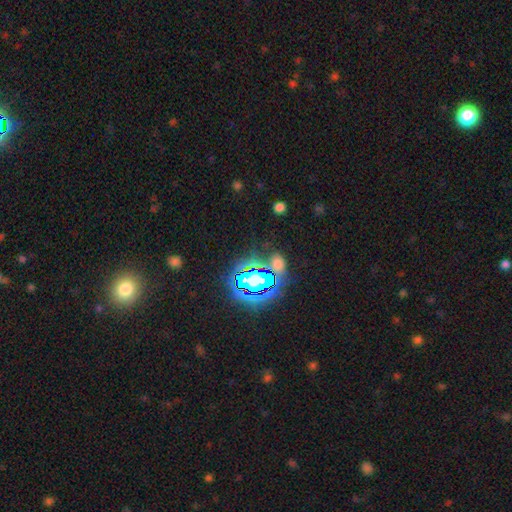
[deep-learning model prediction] smooth_or_featured: star or artifact (p=0.73) [alt: smooth p=0.17]